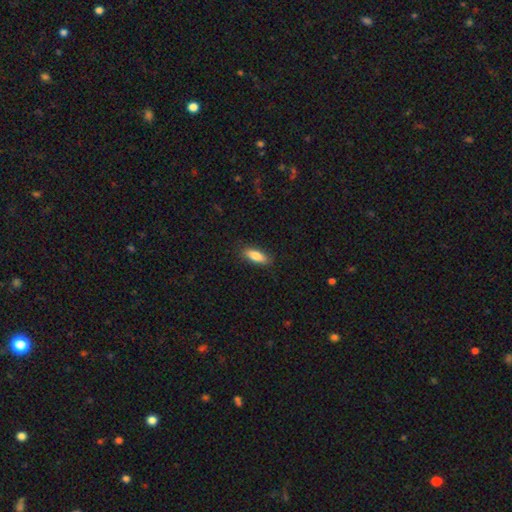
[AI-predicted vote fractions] Smooth or featured? Predicted: smooth (p=0.82). How rounded? Predicted: in between (p=0.66). Merging? Predicted: none (p=0.85).